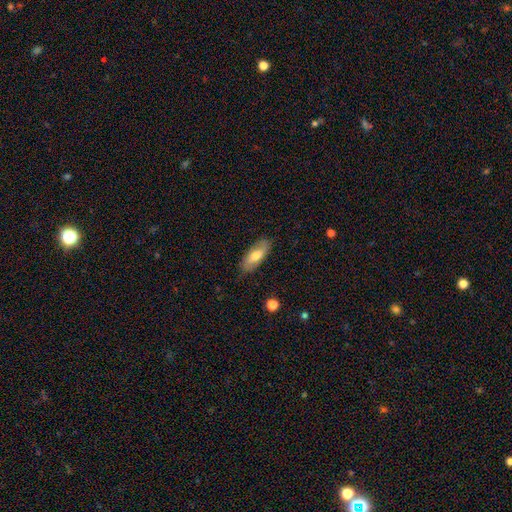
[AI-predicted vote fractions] The model was most divided on "smooth or featured": smooth: 62%, featured or disk: 32%, star or artifact: 6%. More confident: merging — none (83%); how rounded — in between (77%).